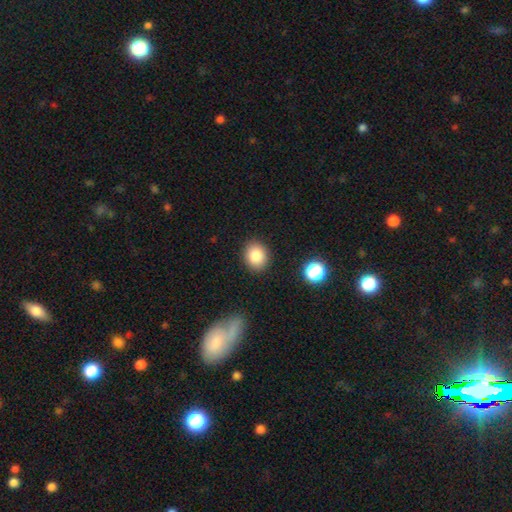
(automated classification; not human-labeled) A smooth galaxy with no disk features (84%) that is round (63%). Merging: none (88%).